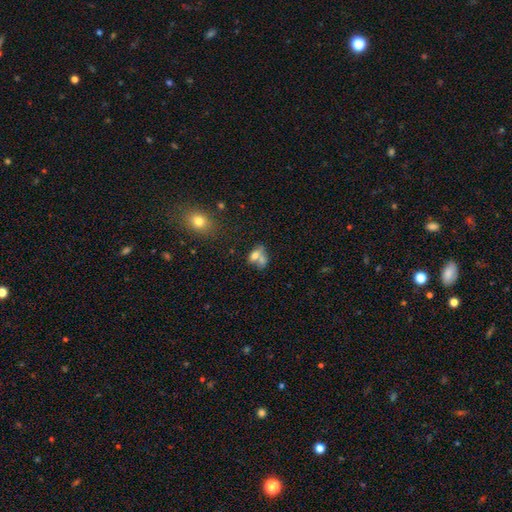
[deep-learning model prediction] smooth-or-featured: smooth: 66% | featured or disk: 23% | star or artifact: 11%
  how-rounded: in between: 70% | round: 26% | cigar-shaped: 4%
  merging: merger: 57% | none: 24% | minor disturbance: 11% | major disturbance: 8%